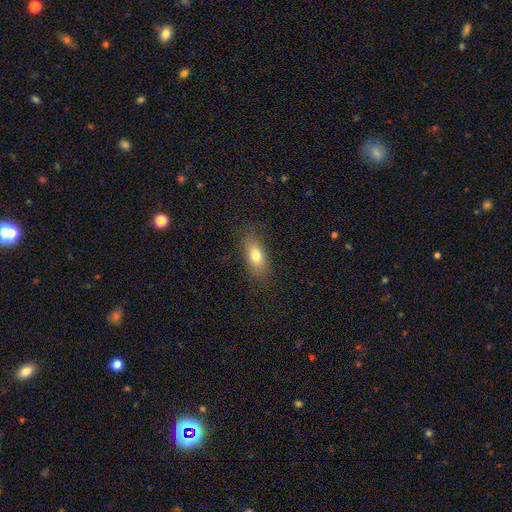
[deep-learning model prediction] Overall: smooth (76%). How rounded: in between (81%). Merging: none (80%).